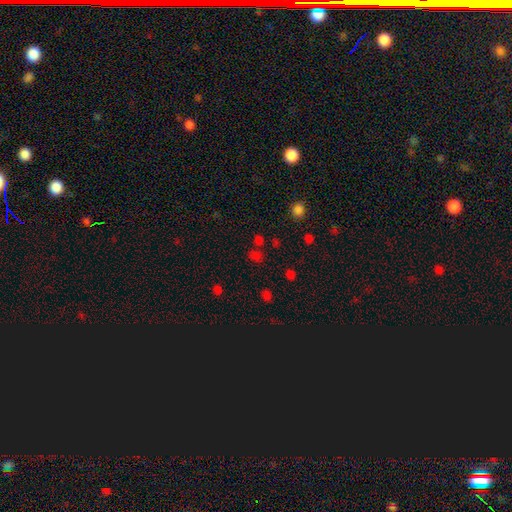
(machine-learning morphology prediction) smooth-or-featured: smooth: 55% | star or artifact: 38% | featured or disk: 7%
  how-rounded: round: 68% | in between: 30% | cigar-shaped: 2%
  merging: none: 66% | merger: 15% | minor disturbance: 13% | major disturbance: 7%